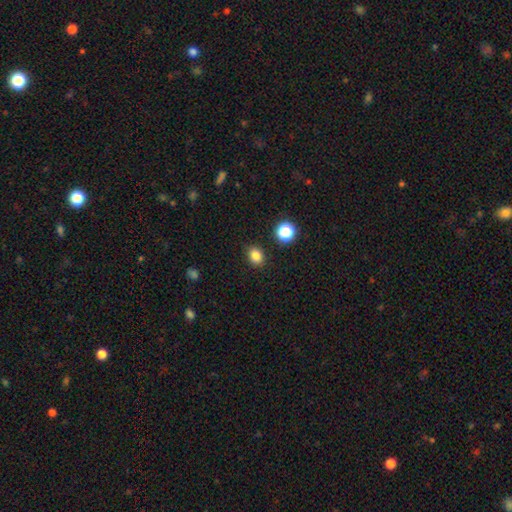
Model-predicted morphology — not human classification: smooth-or-featured: smooth: 82% | star or artifact: 13% | featured or disk: 5%
  how-rounded: round: 54% | in between: 45% | cigar-shaped: 1%
  merging: none: 86% | minor disturbance: 9% | major disturbance: 2% | merger: 2%